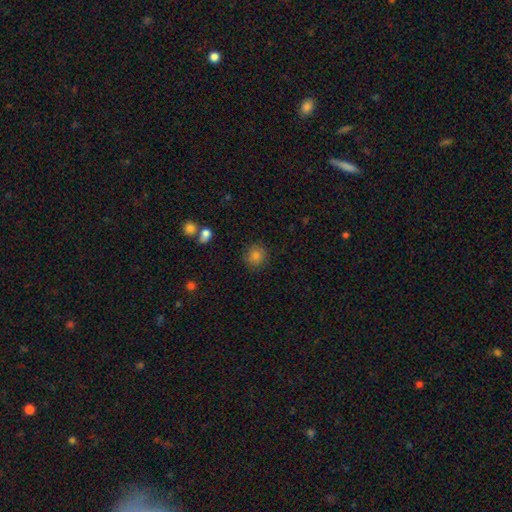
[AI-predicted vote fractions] Q: Smooth or featured?
A: smooth (81%); runner-up: star or artifact (12%)
Q: How rounded?
A: round (89%); runner-up: in between (10%)
Q: Merging?
A: none (87%); runner-up: minor disturbance (9%)